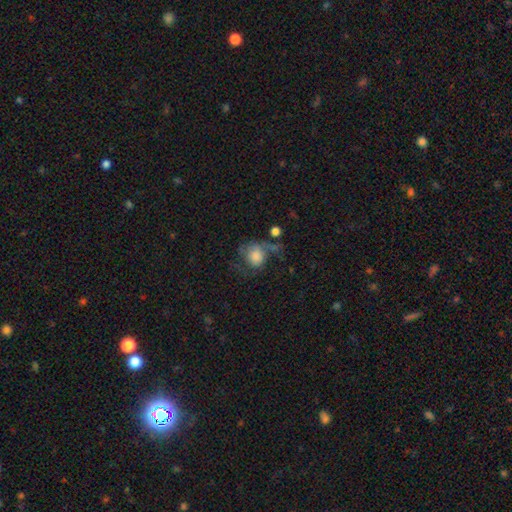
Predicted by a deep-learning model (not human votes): Smooth or featured? Predicted: smooth (p=0.59). How rounded? Predicted: round (p=0.63). Merging? Predicted: major disturbance (p=0.37).